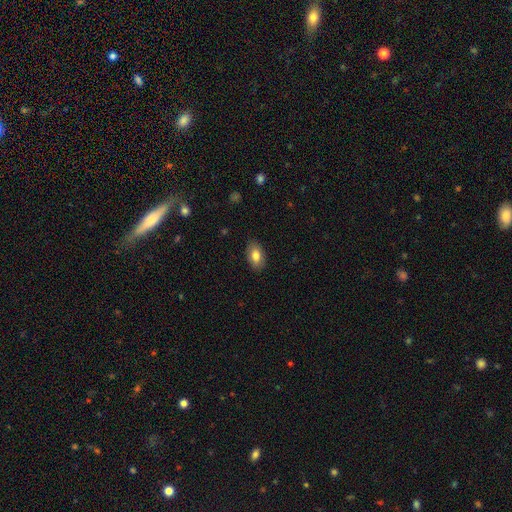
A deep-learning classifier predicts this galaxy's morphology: The model was most divided on "smooth or featured": smooth: 81%, featured or disk: 12%, star or artifact: 7%. More confident: how rounded — in between (92%); merging — none (86%).